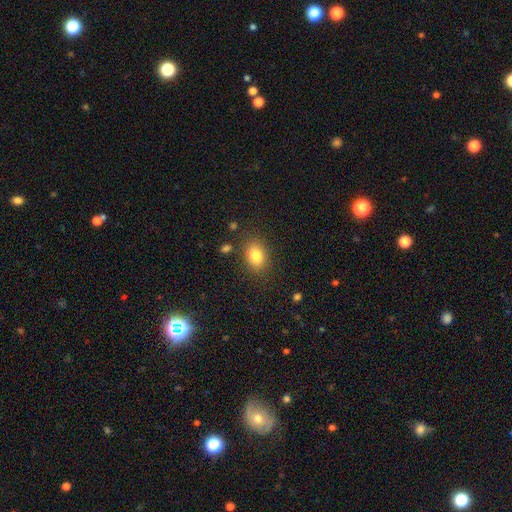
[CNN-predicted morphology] Overall: smooth (82%). How rounded: in between (68%; round 31%). Merging: none (82%).